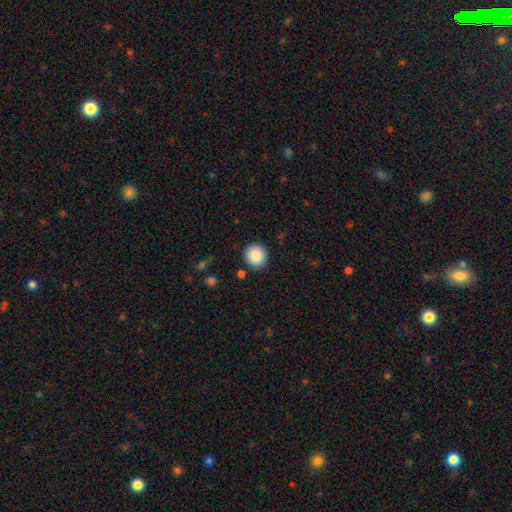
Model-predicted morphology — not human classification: A smooth galaxy with no disk features (88%) that is round (88%). Merging: none (89%).